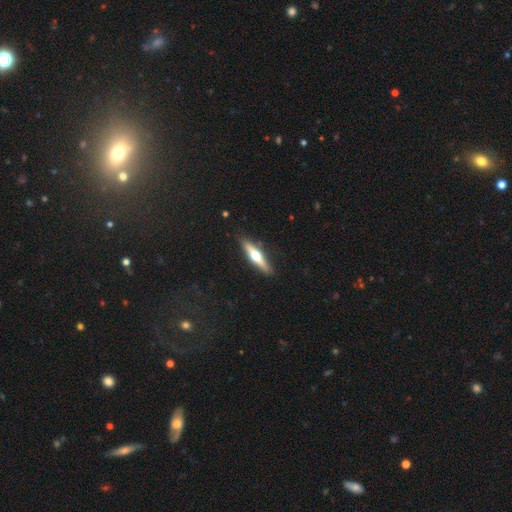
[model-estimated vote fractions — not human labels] Smooth or featured? featured or disk (61%)
Edge-on disk? yes (95%)
Edge-on bulge? rounded (94%)
Merging? none (88%)